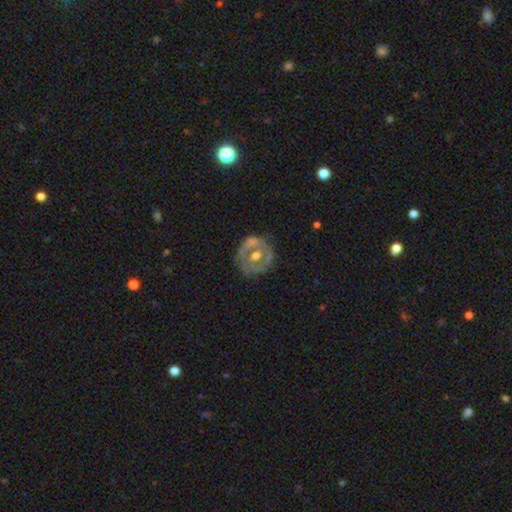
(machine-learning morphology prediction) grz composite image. It shows a featured or disk galaxy (65%) with no bar (68%), no spiral arms (66%) and a moderate central bulge (77%). Merging: none (59%).